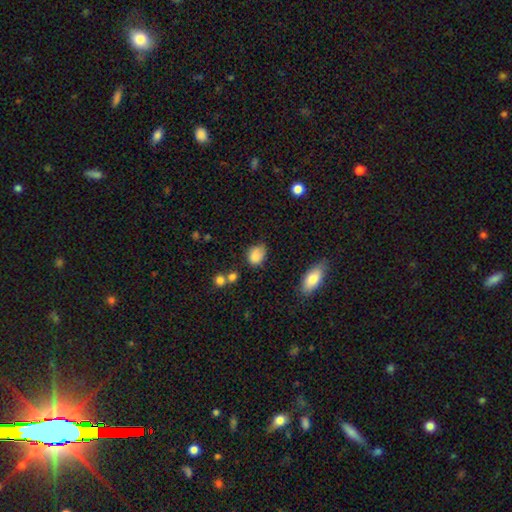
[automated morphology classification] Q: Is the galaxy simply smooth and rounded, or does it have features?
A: smooth — 83%.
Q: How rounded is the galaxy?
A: in between — 67%.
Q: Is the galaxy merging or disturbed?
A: none — 51%.